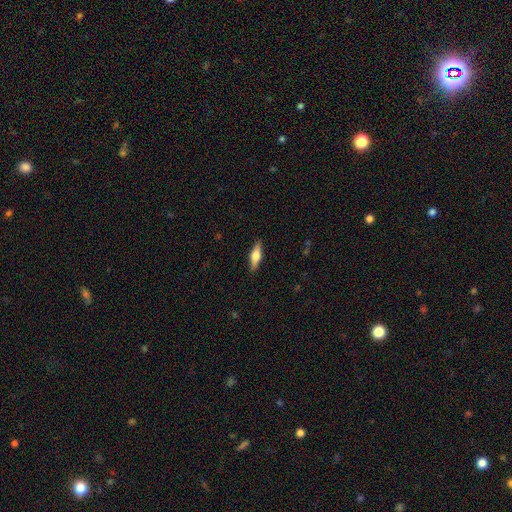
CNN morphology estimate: This is possibly a smooth galaxy (50%). How rounded: possibly cigar-shaped (53%). Merging: clearly none (89%).